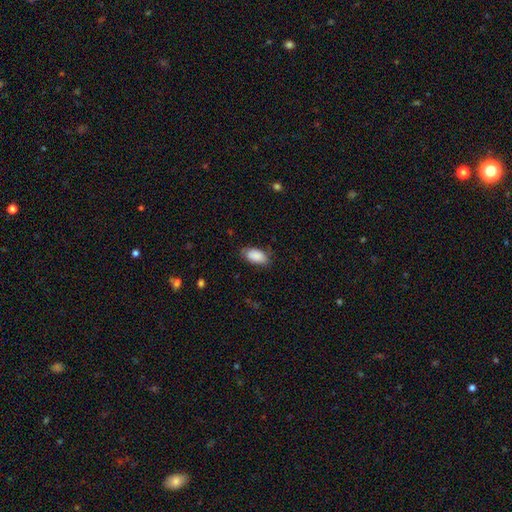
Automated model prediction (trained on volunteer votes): Morphology: type=smooth (88%); roundness=in between (94%); merging=none (75%).